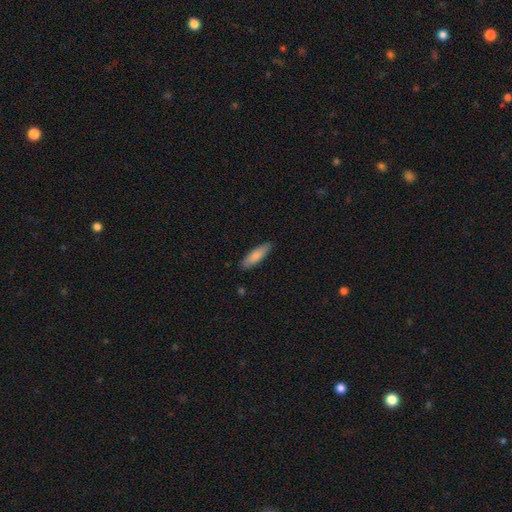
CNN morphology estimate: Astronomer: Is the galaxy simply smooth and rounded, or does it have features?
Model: smooth — 83%.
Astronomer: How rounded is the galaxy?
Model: cigar-shaped — 64%.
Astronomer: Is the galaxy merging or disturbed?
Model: none — 88%.